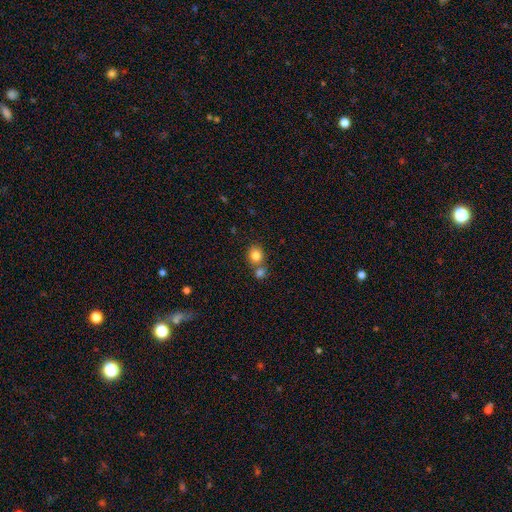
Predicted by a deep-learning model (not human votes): This is clearly a smooth galaxy (83%). How rounded: likely round (75%). Merging: possibly none (58%).